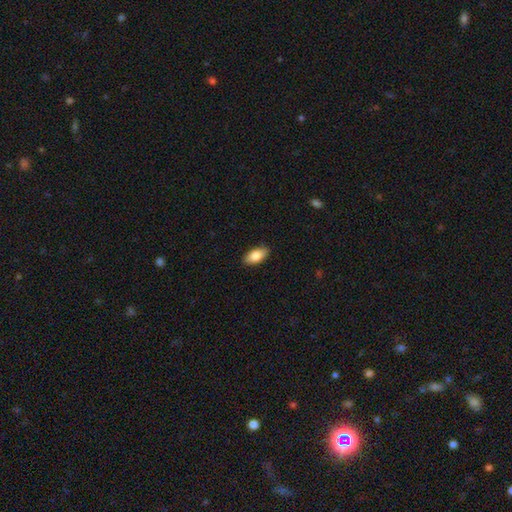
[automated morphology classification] type=smooth (85%); roundness=in between (92%); merging=none (88%).